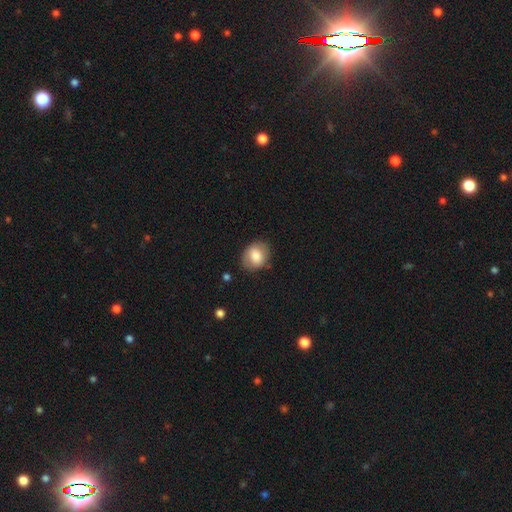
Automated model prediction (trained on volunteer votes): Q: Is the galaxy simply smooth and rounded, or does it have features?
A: smooth — 78%.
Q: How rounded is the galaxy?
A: in between — 56%.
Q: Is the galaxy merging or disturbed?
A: none — 78%.